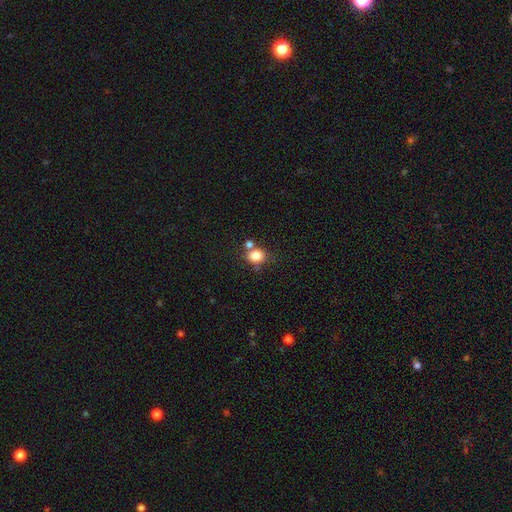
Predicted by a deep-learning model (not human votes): smooth-or-featured: smooth: 82% | star or artifact: 11% | featured or disk: 7%
  how-rounded: round: 62% | in between: 37% | cigar-shaped: 1%
  merging: none: 58% | merger: 24% | minor disturbance: 13% | major disturbance: 5%